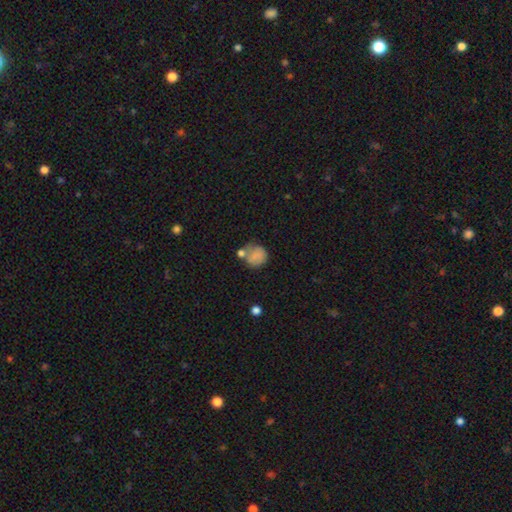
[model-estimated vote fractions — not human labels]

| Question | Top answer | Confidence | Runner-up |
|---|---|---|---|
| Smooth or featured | smooth | 76% | featured or disk (14%) |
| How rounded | round | 79% | in between (20%) |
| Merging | none | 46% | merger (22%) |